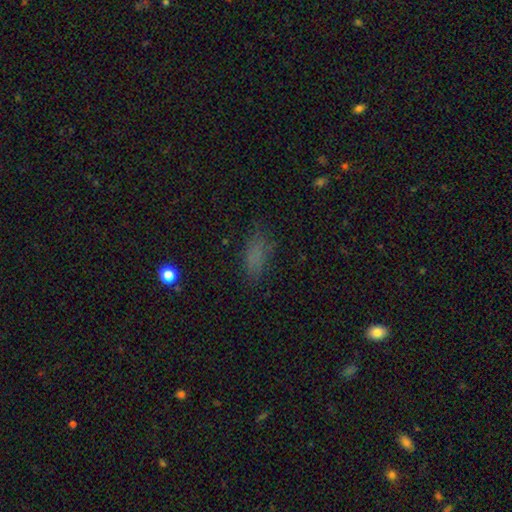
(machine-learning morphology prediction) smooth-or-featured: smooth: 72% | star or artifact: 18% | featured or disk: 10%
  how-rounded: in between: 78% | cigar-shaped: 18% | round: 4%
  merging: none: 72% | minor disturbance: 18% | major disturbance: 8% | merger: 2%